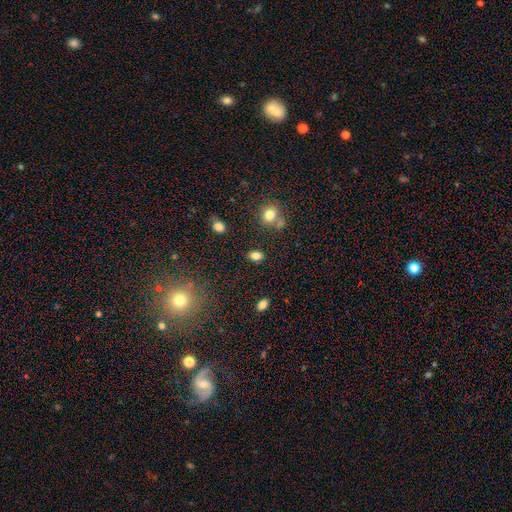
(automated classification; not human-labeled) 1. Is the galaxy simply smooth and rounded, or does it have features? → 81% smooth, 11% star or artifact, 8% featured or disk.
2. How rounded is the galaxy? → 82% in between, 15% round, 3% cigar-shaped.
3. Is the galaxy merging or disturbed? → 82% none, 10% minor disturbance, 4% merger, 3% major disturbance.